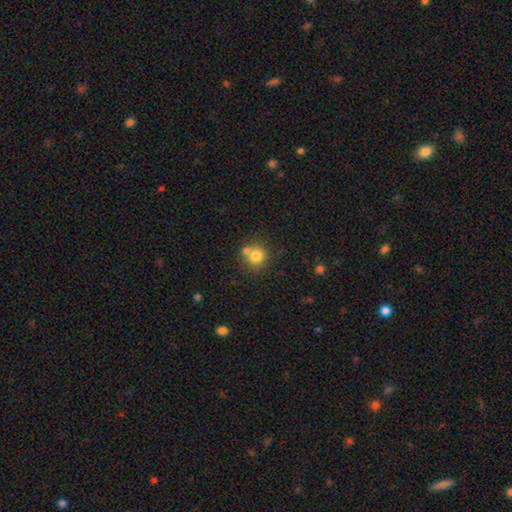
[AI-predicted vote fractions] Overall: smooth (78%). How rounded: round (89%). Merging: none (59%; merger 27%).